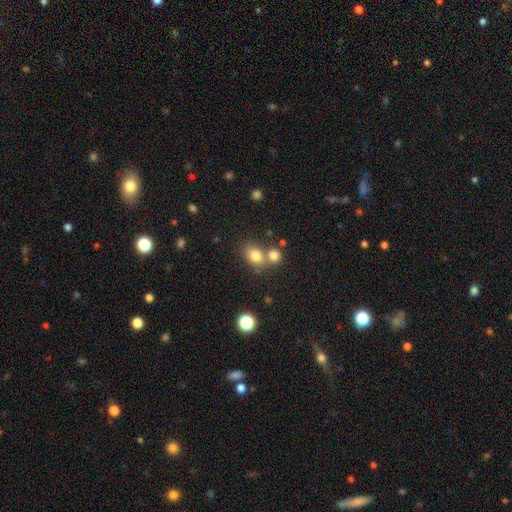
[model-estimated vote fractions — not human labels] The model was most divided on "how rounded": round: 50%, in between: 48%, cigar-shaped: 1%. Remaining: smooth or featured — smooth (80%); merging — none (50%).